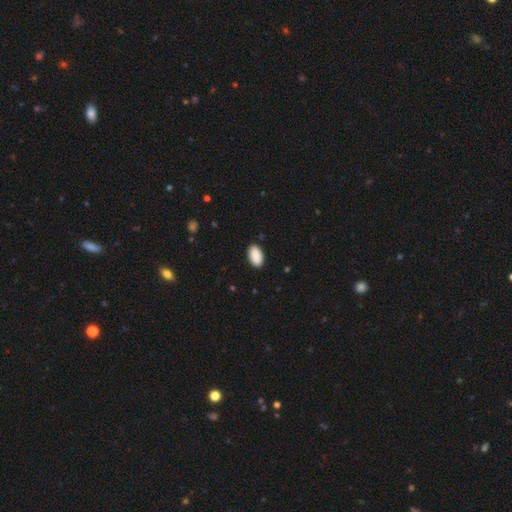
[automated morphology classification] Overall: smooth (91%). How rounded: in between (95%). Merging: none (89%).